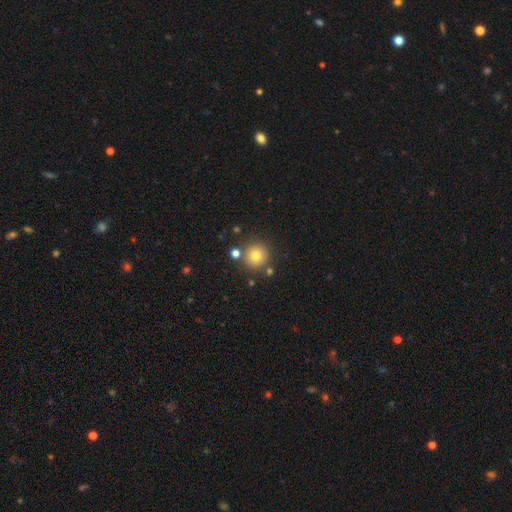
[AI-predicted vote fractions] smooth-or-featured: smooth: 78% | star or artifact: 12% | featured or disk: 10%
  how-rounded: round: 94% | in between: 5% | cigar-shaped: 1%
  merging: none: 81% | merger: 9% | minor disturbance: 8% | major disturbance: 3%